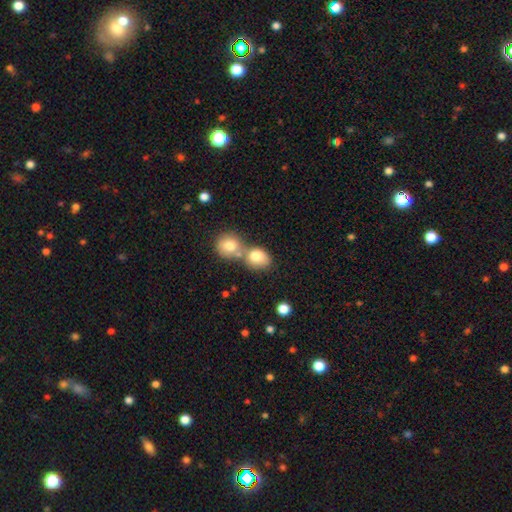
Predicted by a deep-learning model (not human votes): Smooth or featured?
  - smooth: 78% *
  - featured or disk: 12%
  - star or artifact: 10%
How rounded?
  - round: 58% *
  - in between: 41%
  - cigar-shaped: 1%
Merging?
  - merger: 56% *
  - none: 33%
  - minor disturbance: 8%
  - major disturbance: 4%